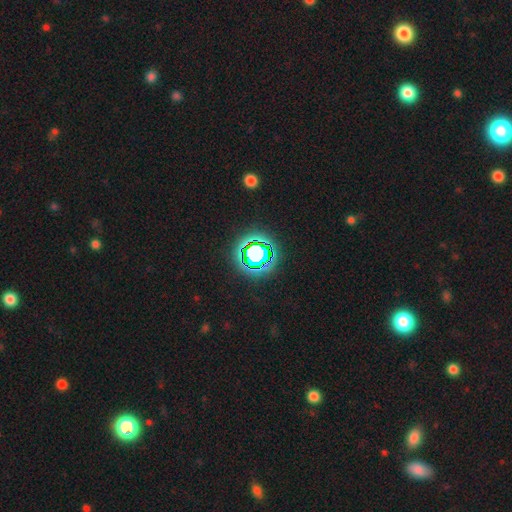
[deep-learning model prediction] Smooth or featured? Predicted: star or artifact (p=0.70).